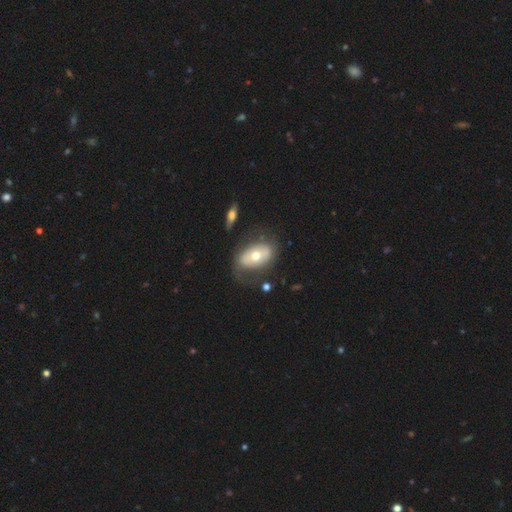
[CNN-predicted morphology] smooth 47% (tied), featured or disk 47% (tied), star or artifact 6%. Down the decision tree: merging — none (57%).